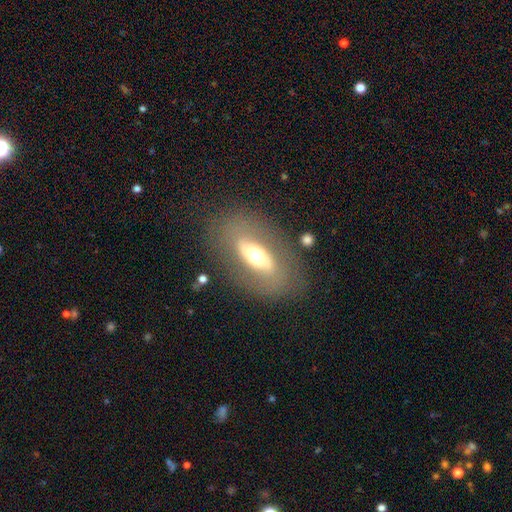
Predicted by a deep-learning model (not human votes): Overall: featured or disk (56%; smooth 35%). Edge-on disk: no (83%). Merging: none (77%).